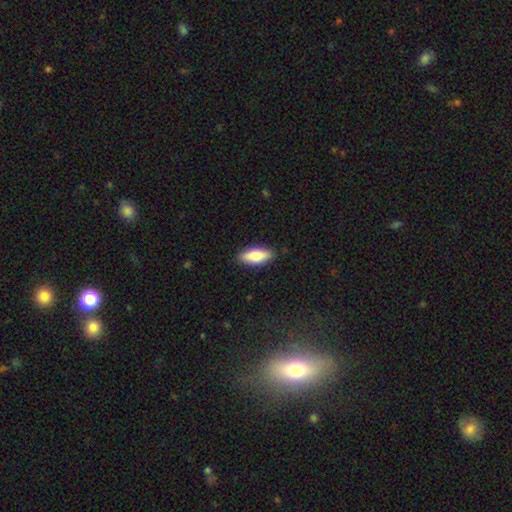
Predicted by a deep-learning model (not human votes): This appears to be a smooth galaxy with no disk features (76%) that is in between round and cigar-shaped (74%). Merging: none (88%).